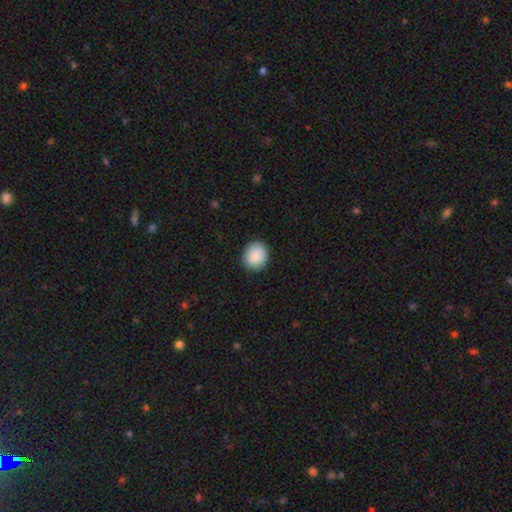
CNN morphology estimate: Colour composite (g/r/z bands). It shows a smooth galaxy with no disk features (90%) that is round (72%). Merging: none (87%).